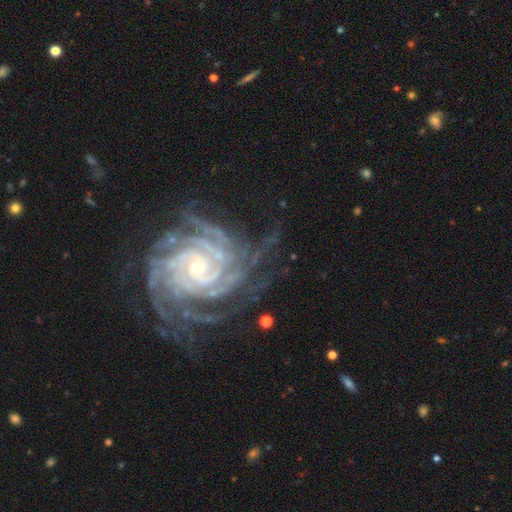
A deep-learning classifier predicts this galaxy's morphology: Smooth or featured?
  - featured or disk: 89% *
  - star or artifact: 7%
  - smooth: 3%
Edge-on disk?
  - no: 97% *
  - yes: 3%
Bar?
  - no: 60% *
  - weak: 25%
  - strong: 15%
Spiral arms?
  - yes: 99% *
  - no: 1%
Spiral winding?
  - tight: 81% *
  - medium: 16%
  - loose: 3%
Spiral arm count?
  - more than 4: 27% *
  - 4: 26%
  - can't tell: 16%
  - 3: 13%
  - 2: 10%
  - 1: 8%
Bulge size?
  - small: 68% *
  - moderate: 27%
  - large: 2%
  - none: 1%
  - dominant: 1%
Merging?
  - none: 73% *
  - minor disturbance: 16%
  - major disturbance: 9%
  - merger: 2%